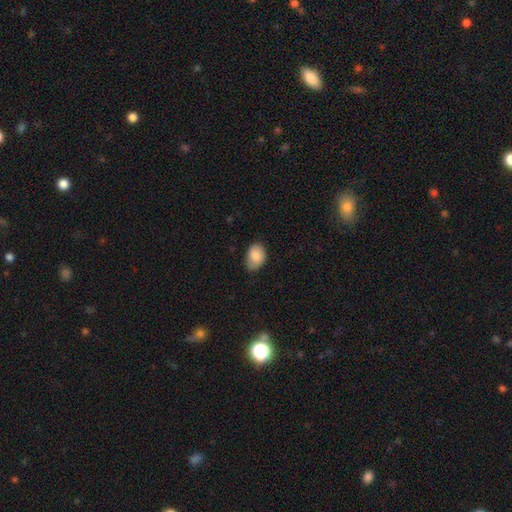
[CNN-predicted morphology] This is clearly a smooth galaxy (85%). How rounded: clearly in between (81%). Merging: likely none (69%).